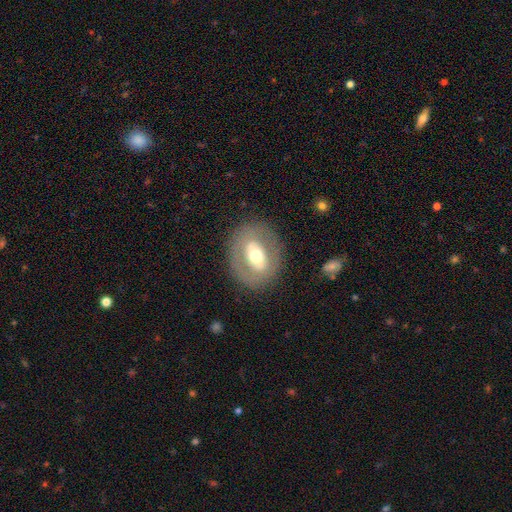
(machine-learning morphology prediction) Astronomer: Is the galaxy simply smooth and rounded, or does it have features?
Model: featured or disk — 52% (runner-up: smooth, 41%).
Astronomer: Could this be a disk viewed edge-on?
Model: no — 91%.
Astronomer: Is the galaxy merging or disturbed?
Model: none — 81%.